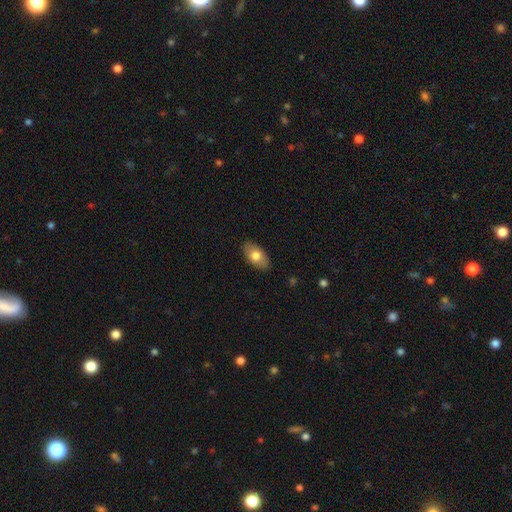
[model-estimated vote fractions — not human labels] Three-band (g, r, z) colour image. It shows a smooth galaxy with no disk features (77%) that is in between round and cigar-shaped (93%). Merging: none (86%).